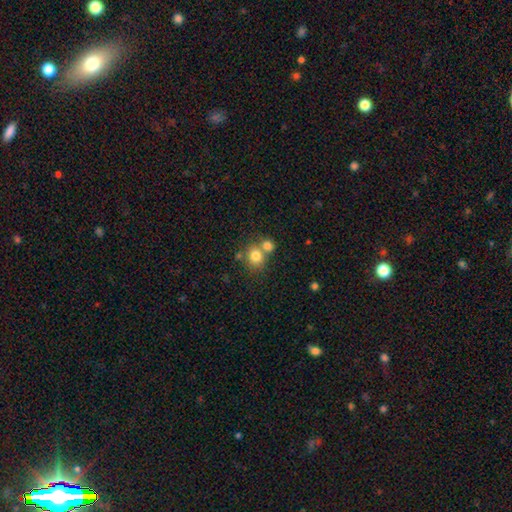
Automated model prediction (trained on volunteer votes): smooth-or-featured: smooth: 78% | star or artifact: 11% | featured or disk: 10%
  how-rounded: round: 77% | in between: 23% | cigar-shaped: 1%
  merging: none: 49% | merger: 40% | minor disturbance: 8% | major disturbance: 3%